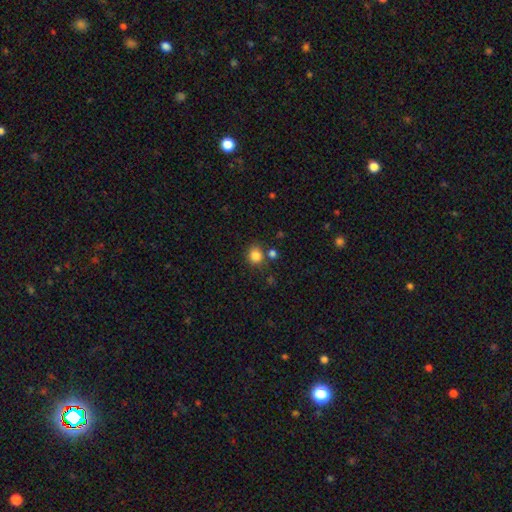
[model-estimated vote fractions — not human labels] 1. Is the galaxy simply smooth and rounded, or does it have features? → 84% smooth, 12% star or artifact, 5% featured or disk.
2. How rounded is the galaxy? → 81% round, 18% in between, 1% cigar-shaped.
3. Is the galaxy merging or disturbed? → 75% none, 11% merger, 11% minor disturbance, 4% major disturbance.